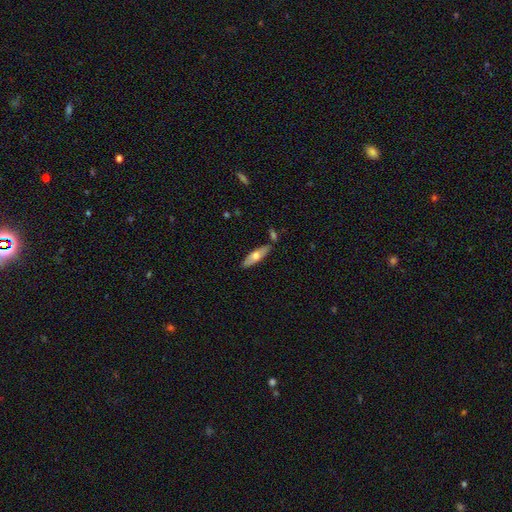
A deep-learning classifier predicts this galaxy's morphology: smooth_or_featured: smooth (p=0.57) [alt: featured or disk p=0.37]
how_rounded: cigar-shaped (p=0.56) [alt: in between p=0.41]
merging: none (p=0.78) [alt: minor disturbance p=0.12]